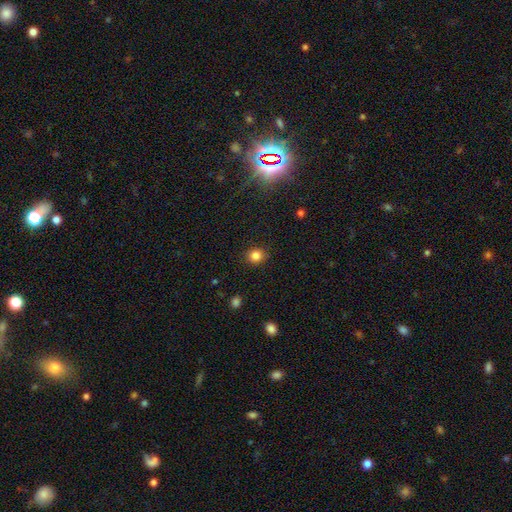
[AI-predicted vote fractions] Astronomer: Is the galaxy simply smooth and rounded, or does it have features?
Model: smooth — 84%.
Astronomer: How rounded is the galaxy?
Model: round — 80%.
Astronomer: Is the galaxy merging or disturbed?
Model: none — 89%.